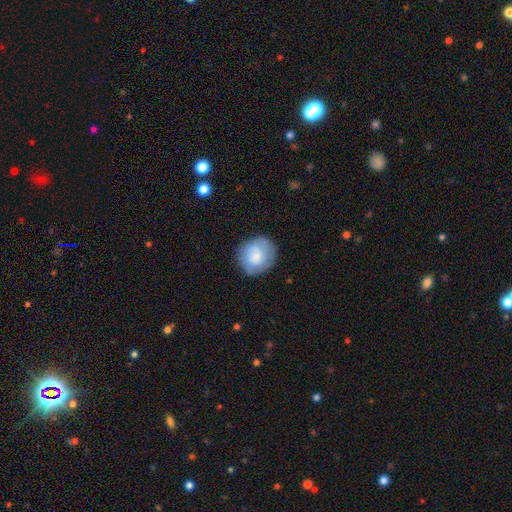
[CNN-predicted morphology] Smooth or featured? smooth (69%)
How rounded? round (82%)
Merging? none (76%)